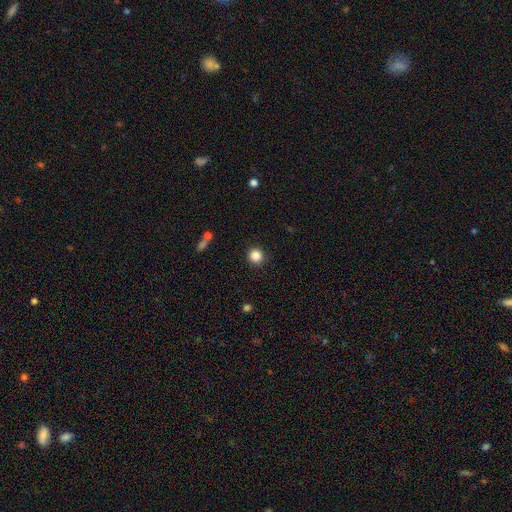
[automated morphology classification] Smooth or featured?
  - smooth: 86% *
  - star or artifact: 11%
  - featured or disk: 4%
How rounded?
  - round: 95% *
  - in between: 5%
  - cigar-shaped: 1%
Merging?
  - none: 91% *
  - minor disturbance: 6%
  - major disturbance: 2%
  - merger: 1%